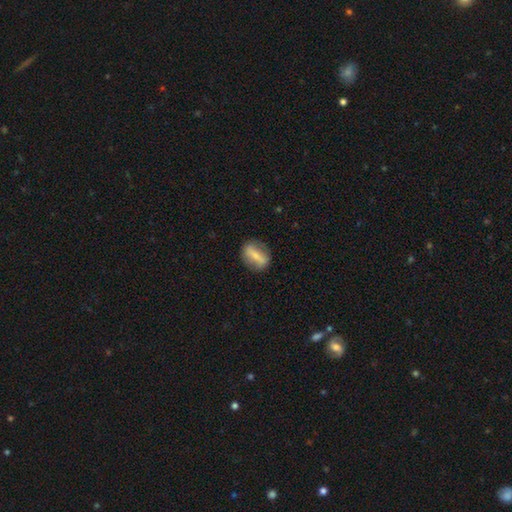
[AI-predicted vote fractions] The model was most divided on "smooth or featured": smooth: 48%, featured or disk: 44%, star or artifact: 7%. More confident: merging — none (80%).